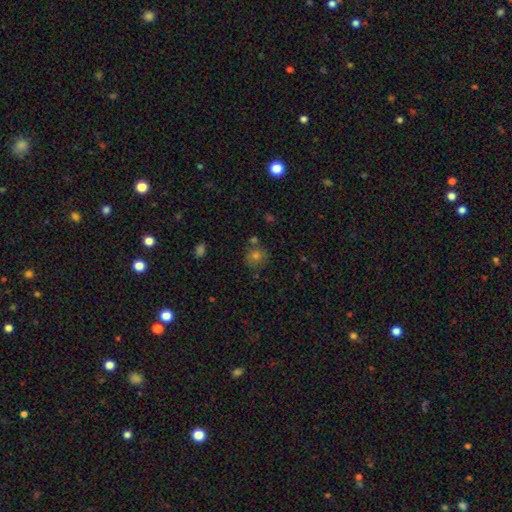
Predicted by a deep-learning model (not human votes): A smooth galaxy with no disk features (66%) that is round (88%).

Vote fractions:
- Smooth or featured? smooth: 66% / star or artifact: 21% / featured or disk: 13%
- How rounded? round: 88% / in between: 11% / cigar-shaped: 1%
- Merging? none: 74% / minor disturbance: 13% / merger: 10% / major disturbance: 4%